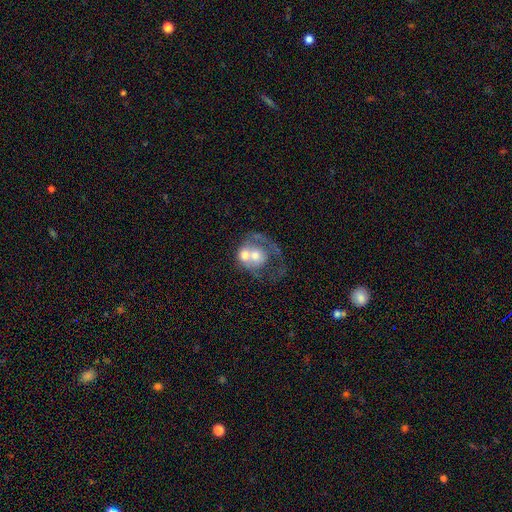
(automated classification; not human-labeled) Smooth or featured? featured or disk (52%)
Edge-on disk? no (97%)
Bar? no (85%)
Spiral arms? no (67%)
Bulge size? moderate (51%)
Merging? merger (62%)